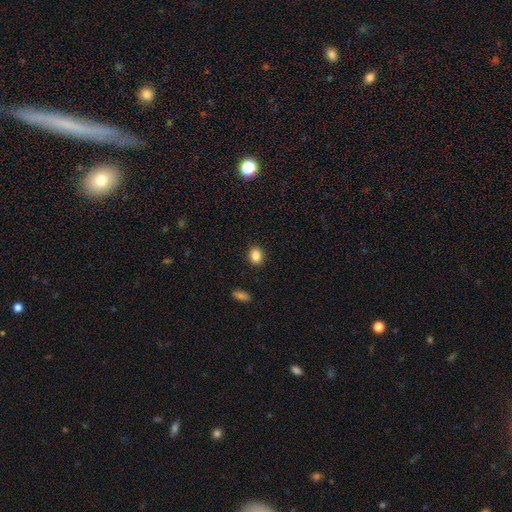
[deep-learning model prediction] Q: Smooth or featured?
A: smooth (86%); runner-up: star or artifact (10%)
Q: How rounded?
A: round (57%); runner-up: in between (42%)
Q: Merging?
A: none (90%); runner-up: minor disturbance (7%)